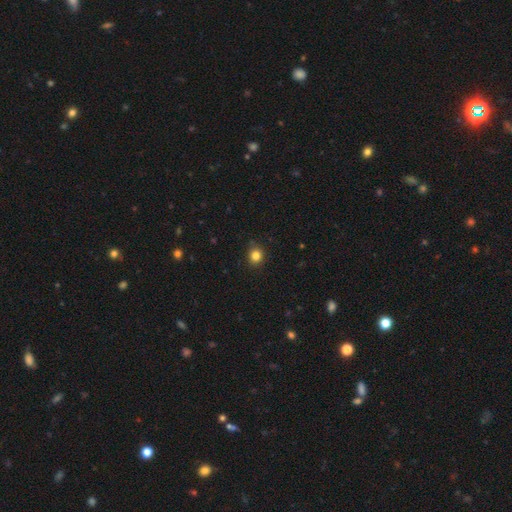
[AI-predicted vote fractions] Smooth or featured: smooth — 83% (star or artifact — 12%)
How rounded: round — 81% (in between — 18%)
Merging: none — 87% (minor disturbance — 10%)